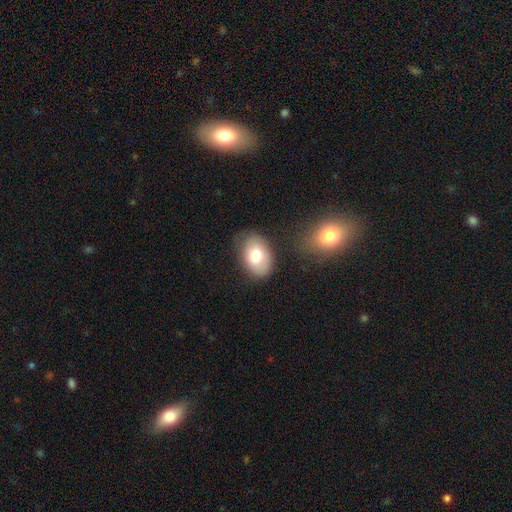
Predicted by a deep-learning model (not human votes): smooth-or-featured: smooth: 78% | featured or disk: 15% | star or artifact: 7%
  how-rounded: in between: 85% | round: 14% | cigar-shaped: 1%
  merging: none: 71% | minor disturbance: 19% | major disturbance: 5% | merger: 4%